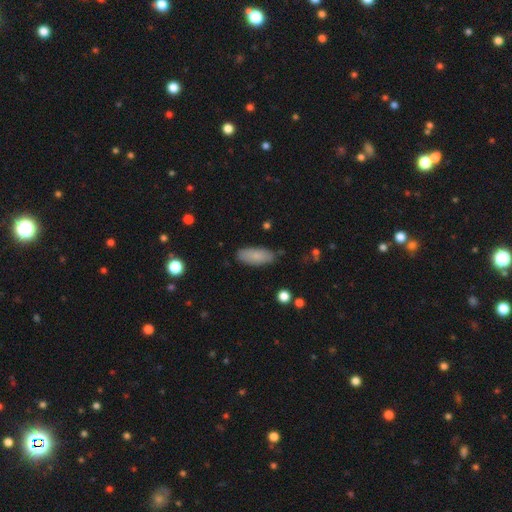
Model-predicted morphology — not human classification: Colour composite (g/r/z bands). It shows a smooth galaxy with no disk features (81%) that is in between round and cigar-shaped (80%). Merging: none (81%).